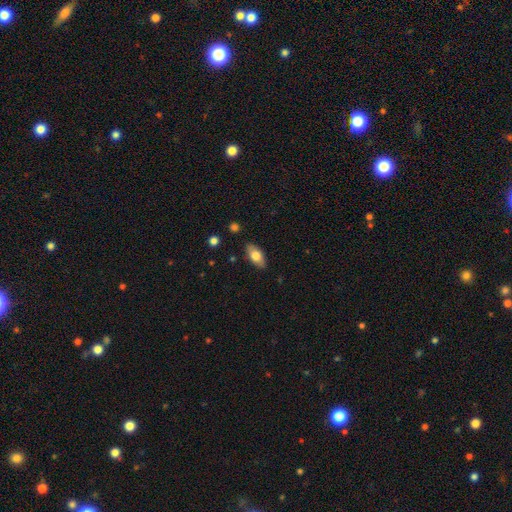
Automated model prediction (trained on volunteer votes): Q: Smooth or featured?
A: smooth (71%); runner-up: featured or disk (23%)
Q: How rounded?
A: in between (88%); runner-up: cigar-shaped (9%)
Q: Merging?
A: none (86%); runner-up: minor disturbance (10%)